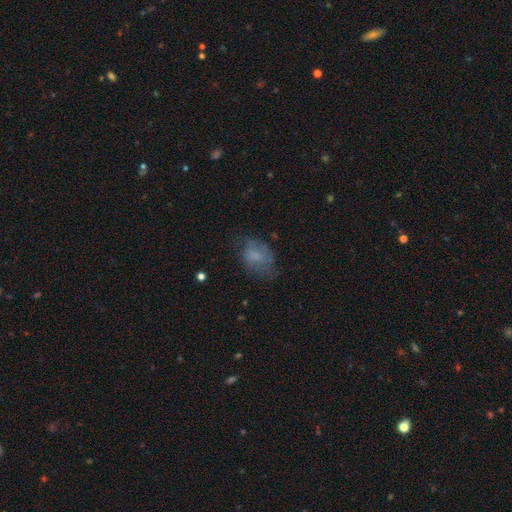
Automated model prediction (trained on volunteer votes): smooth-or-featured: smooth: 60% | featured or disk: 29% | star or artifact: 11%
  how-rounded: in between: 77% | round: 21% | cigar-shaped: 2%
  merging: none: 49% | minor disturbance: 28% | major disturbance: 21% | merger: 2%